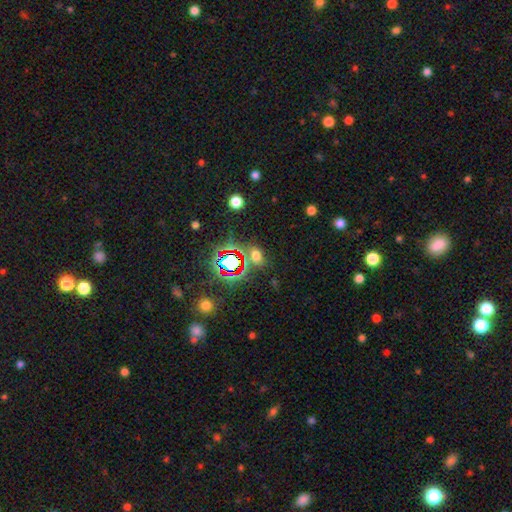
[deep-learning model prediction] Morphology: type=smooth (49%); merging=none (72%).